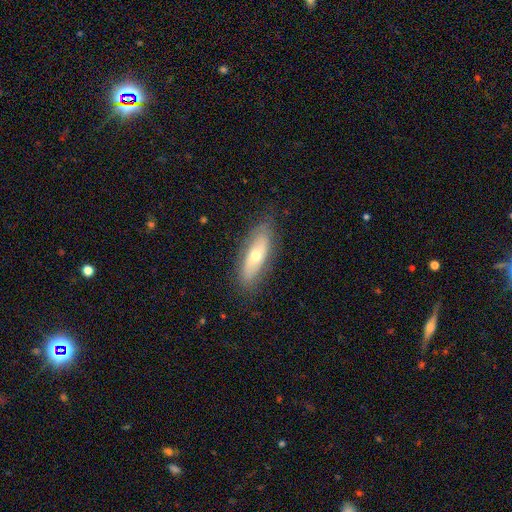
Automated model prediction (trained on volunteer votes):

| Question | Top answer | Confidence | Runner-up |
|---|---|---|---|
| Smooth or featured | smooth | 52% | featured or disk (41%) |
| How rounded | in between | 58% | cigar-shaped (39%) |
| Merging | none | 82% | minor disturbance (14%) |